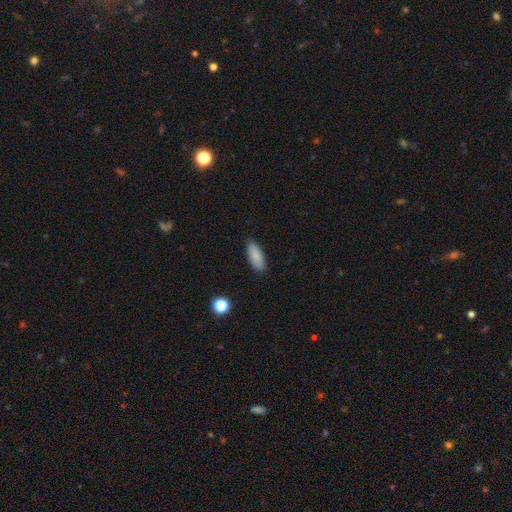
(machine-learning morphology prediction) This appears to be a smooth galaxy with no disk features (85%) that is in between round and cigar-shaped (81%). Merging: none (87%).